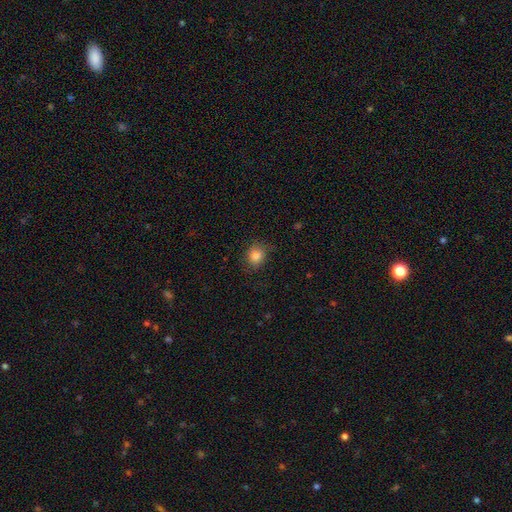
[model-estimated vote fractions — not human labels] A smooth galaxy with no disk features (85%) that is round (64%).

Vote fractions:
- Smooth or featured? smooth: 85% / star or artifact: 10% / featured or disk: 6%
- How rounded? round: 64% / in between: 35% / cigar-shaped: 1%
- Merging? none: 76% / minor disturbance: 18% / major disturbance: 5% / merger: 1%